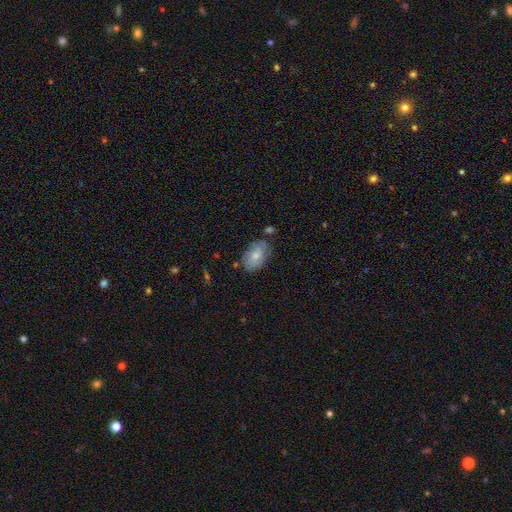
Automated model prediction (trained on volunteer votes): A smooth galaxy with no disk features (66%) that is in between round and cigar-shaped (90%). Merging: none (70%).